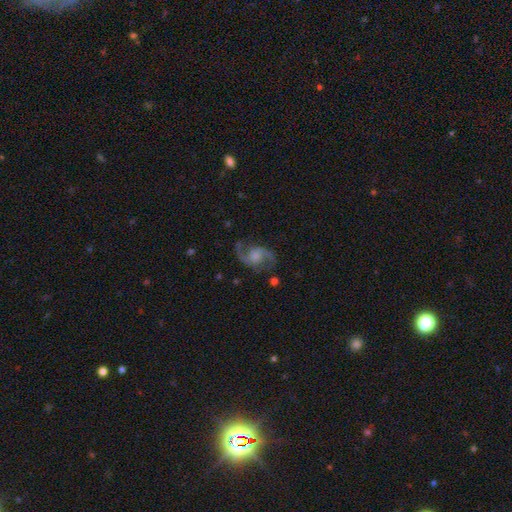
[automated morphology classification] type=featured or disk (87%); edge-on=no (98%); bar=no (57%); spiral arms=yes (97%); winding=loose (55%); arm count=2 (93%); bulge=none (33%); merging=none (74%).